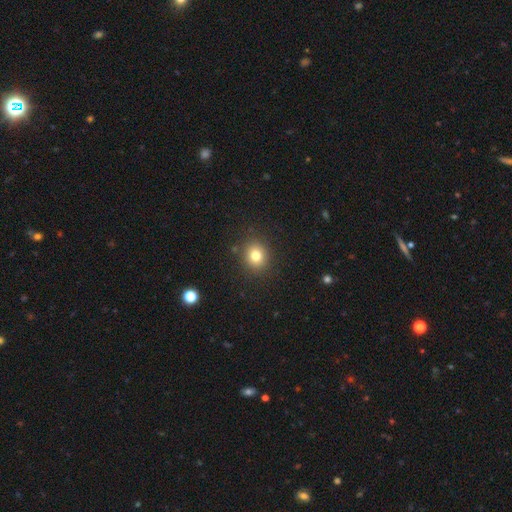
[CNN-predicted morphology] Smooth or featured? smooth (79%)
How rounded? round (82%)
Merging? none (88%)